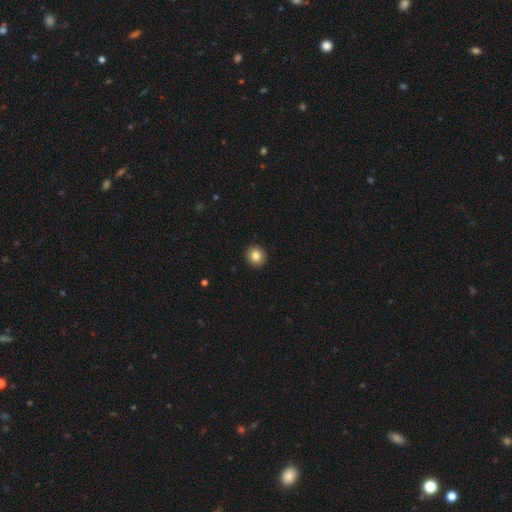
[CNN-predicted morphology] Q: Smooth or featured?
A: smooth (84%); runner-up: star or artifact (9%)
Q: How rounded?
A: round (91%); runner-up: in between (8%)
Q: Merging?
A: none (93%); runner-up: minor disturbance (4%)